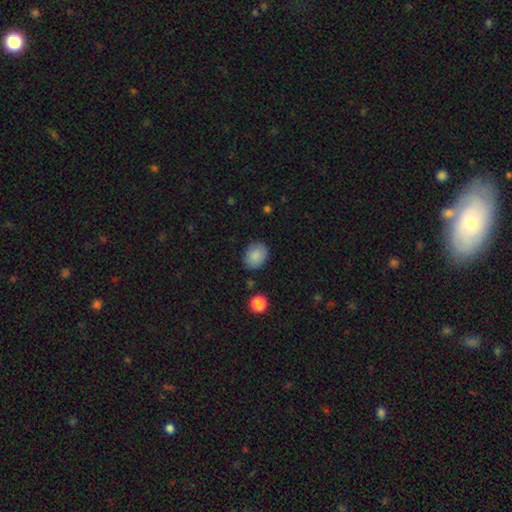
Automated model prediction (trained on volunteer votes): Q: Smooth or featured?
A: smooth (87%); runner-up: star or artifact (8%)
Q: How rounded?
A: in between (53%); runner-up: round (46%)
Q: Merging?
A: none (85%); runner-up: minor disturbance (11%)